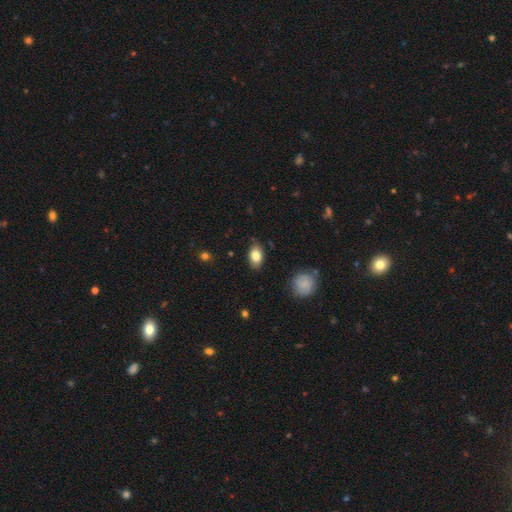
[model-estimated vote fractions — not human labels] smooth-or-featured: smooth: 83% | featured or disk: 9% | star or artifact: 8%
  how-rounded: in between: 87% | round: 11% | cigar-shaped: 2%
  merging: none: 84% | minor disturbance: 12% | major disturbance: 3% | merger: 1%